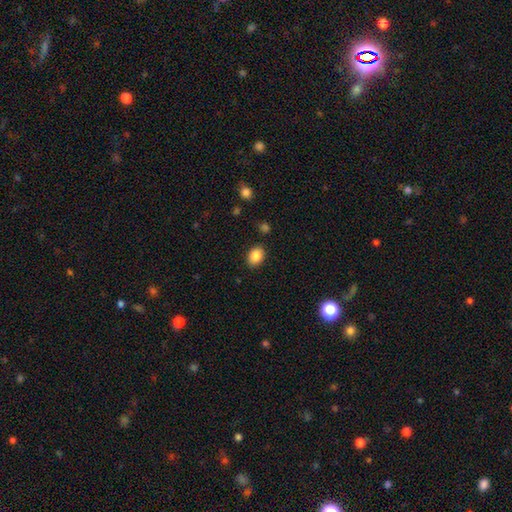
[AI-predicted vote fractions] Smooth or featured? smooth (87%)
How rounded? in between (72%)
Merging? none (87%)